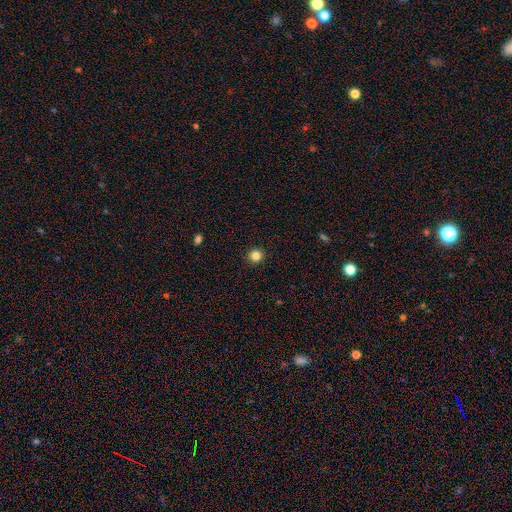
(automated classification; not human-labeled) Smooth or featured? smooth (84%)
How rounded? round (91%)
Merging? none (93%)